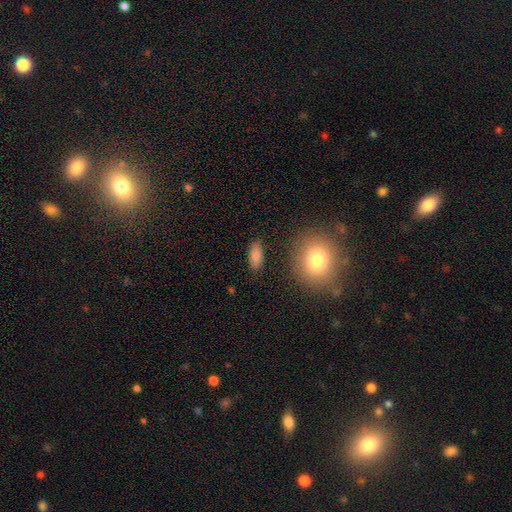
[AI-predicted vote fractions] Smooth or featured: smooth — 83% (featured or disk — 8%)
How rounded: in between — 84% (cigar-shaped — 12%)
Merging: none — 84% (minor disturbance — 11%)